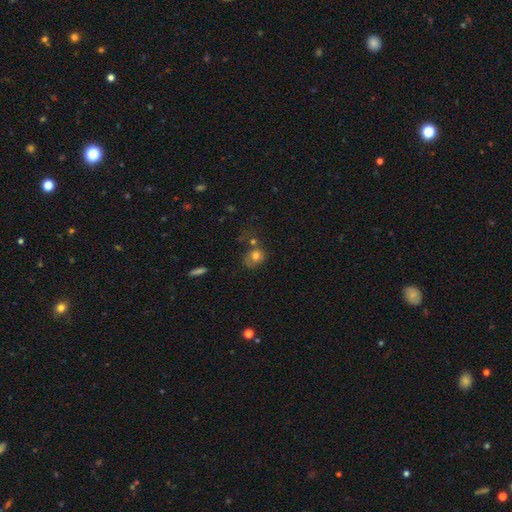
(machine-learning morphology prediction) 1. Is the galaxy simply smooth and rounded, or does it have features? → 73% smooth, 16% featured or disk, 11% star or artifact.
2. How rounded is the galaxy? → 55% round, 44% in between, 1% cigar-shaped.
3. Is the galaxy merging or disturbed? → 40% none, 23% merger, 22% minor disturbance, 14% major disturbance.